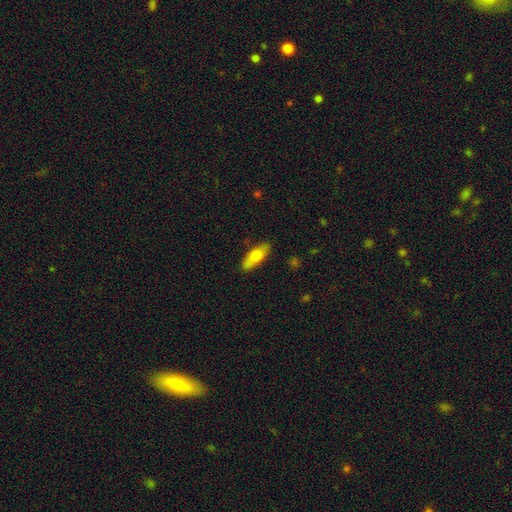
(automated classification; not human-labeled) Smooth or featured: smooth — 73% (featured or disk — 21%)
How rounded: in between — 68% (cigar-shaped — 30%)
Merging: none — 85% (minor disturbance — 11%)